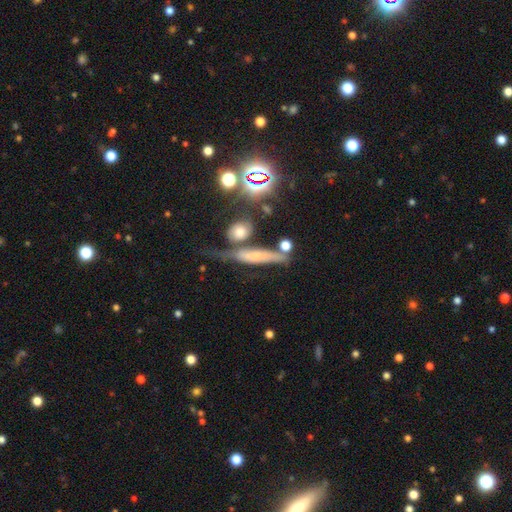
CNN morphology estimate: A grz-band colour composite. It shows a smooth galaxy with no disk features (48%). Merging: none (50%).